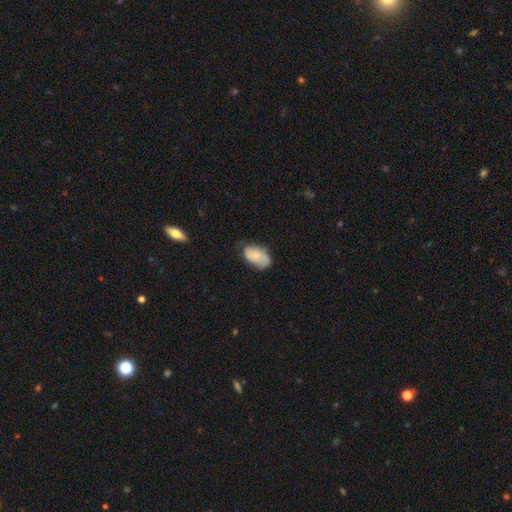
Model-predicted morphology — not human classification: Q: Smooth or featured?
A: smooth (66%); runner-up: featured or disk (27%)
Q: How rounded?
A: in between (92%); runner-up: round (7%)
Q: Merging?
A: none (58%); runner-up: minor disturbance (33%)